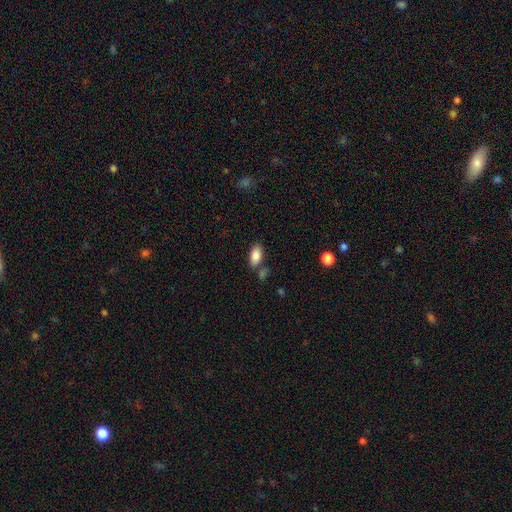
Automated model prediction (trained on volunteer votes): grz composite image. It shows a smooth galaxy with no disk features (86%) that is in between round and cigar-shaped (91%). Merging: none (74%).